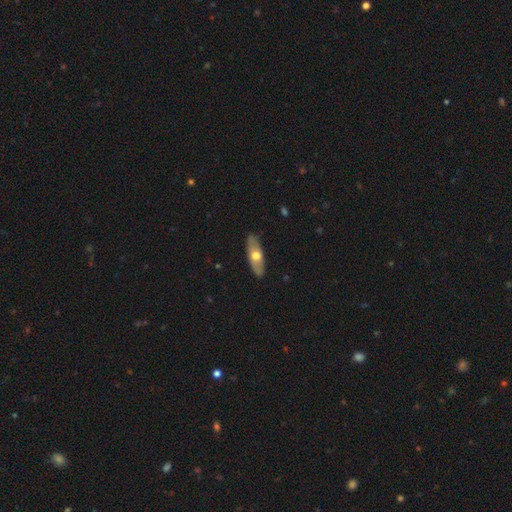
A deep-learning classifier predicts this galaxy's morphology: A smooth galaxy with no disk features (50%) that is in between round and cigar-shaped (66%).

Vote fractions:
- Smooth or featured? smooth: 50% / featured or disk: 45% / star or artifact: 5%
- How rounded? in between: 66% / cigar-shaped: 31% / round: 3%
- Merging? none: 88% / minor disturbance: 9% / major disturbance: 2% / merger: 1%